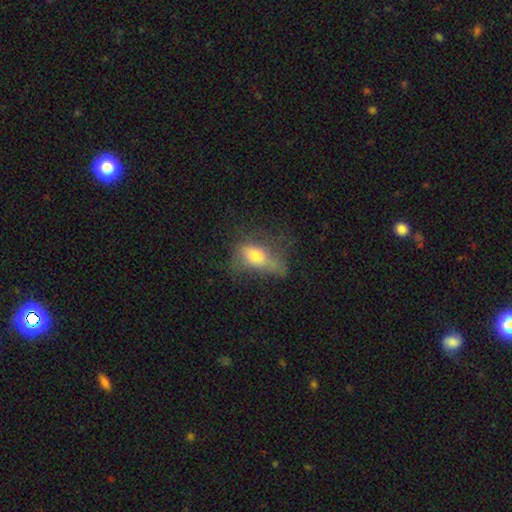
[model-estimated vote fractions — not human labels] This is possibly a smooth galaxy (57%). How rounded: likely in between (77%). Merging: marginally major disturbance (37%).